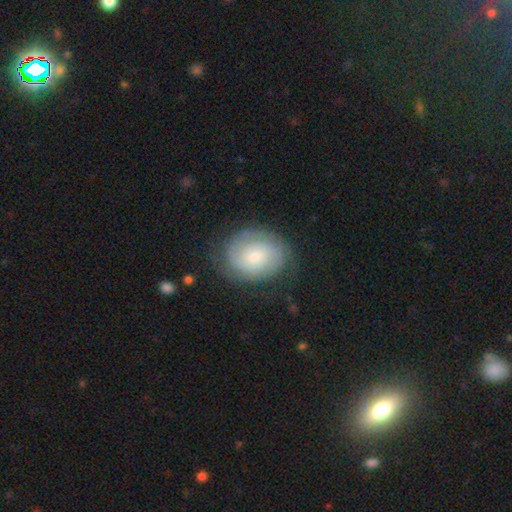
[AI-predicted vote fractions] A featured or disk galaxy (52%) with no bar (65%), spiral arms (85%) and a small central bulge (53%). Merging: none (74%).